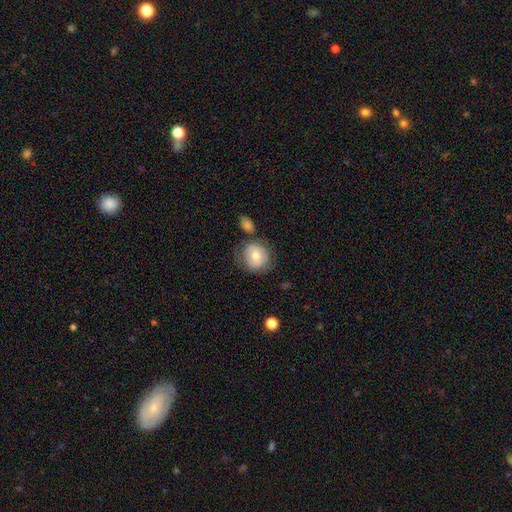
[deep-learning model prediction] smooth 67%, featured or disk 26%, star or artifact 8%. Down the decision tree: how rounded — round (81%); merging — none (62%).